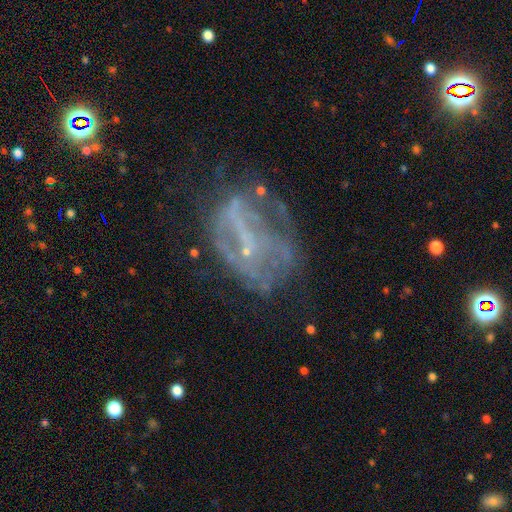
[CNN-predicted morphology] type=featured or disk (69%); edge-on=no (97%); bar=no (53%); spiral arms=no (61%); bulge=small (54%); merging=none (43%).